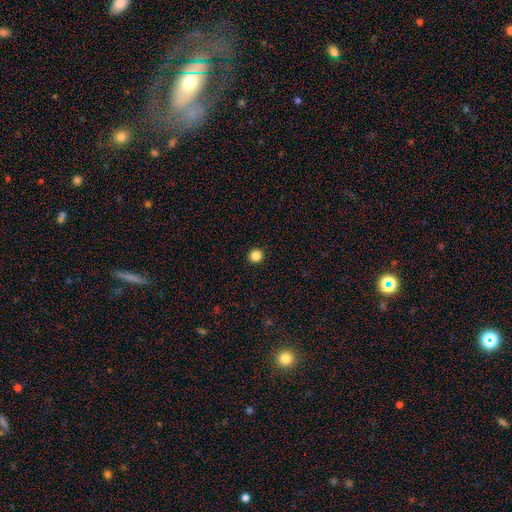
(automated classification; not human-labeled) The model was most divided on "smooth or featured": smooth: 86%, star or artifact: 11%, featured or disk: 3%. More confident: how rounded — round (95%); merging — none (94%).